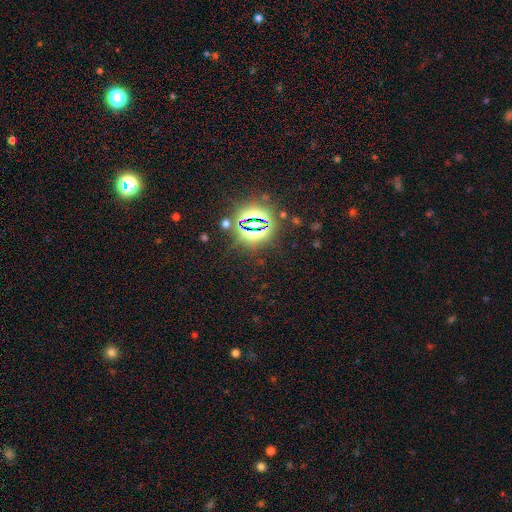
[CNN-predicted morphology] type=star or artifact (83%).